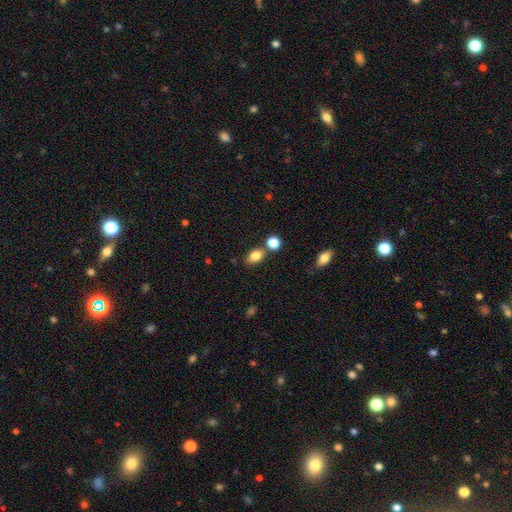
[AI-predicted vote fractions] Overall: smooth (82%). How rounded: in between (78%). Merging: none (69%).